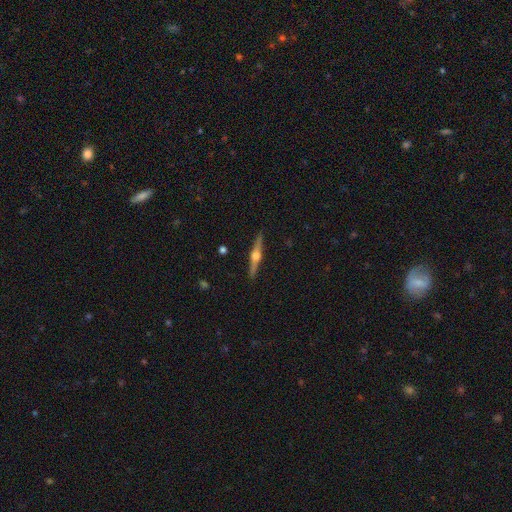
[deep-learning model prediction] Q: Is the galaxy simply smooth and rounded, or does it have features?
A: featured or disk — 80%.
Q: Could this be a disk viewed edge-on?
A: yes — 98%.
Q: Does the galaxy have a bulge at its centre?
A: rounded — 94%.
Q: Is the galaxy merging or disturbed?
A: none — 91%.